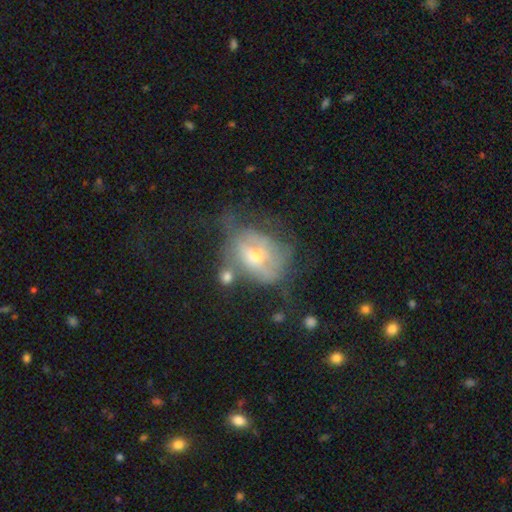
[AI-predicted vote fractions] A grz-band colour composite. It shows a featured or disk galaxy (52%). Merging: major disturbance (34%).